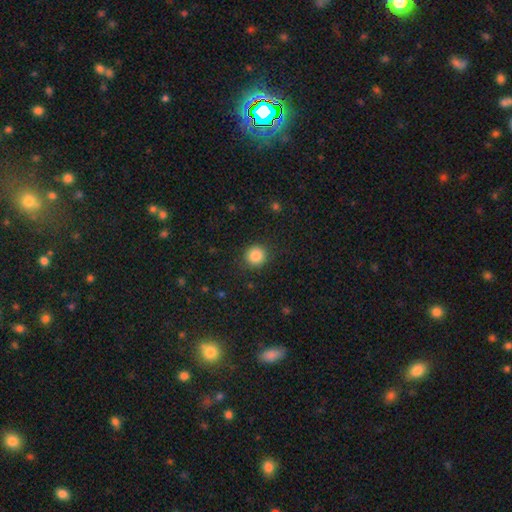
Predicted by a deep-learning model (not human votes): Overall: smooth (86%). How rounded: round (93%). Merging: none (90%).